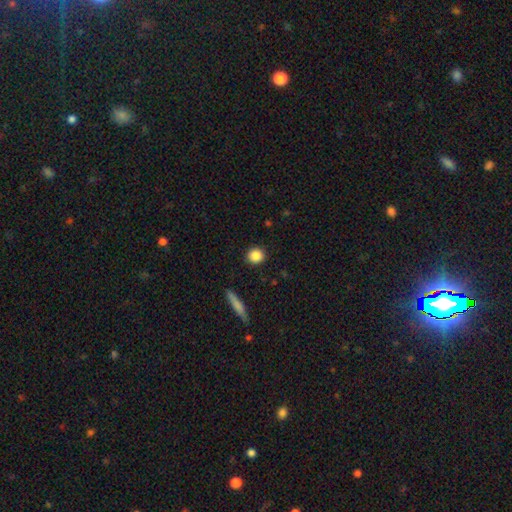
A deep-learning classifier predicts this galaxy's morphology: The model was most divided on "how rounded": round: 85%, in between: 13%, cigar-shaped: 2%. More confident: merging — none (91%); smooth or featured — smooth (86%).